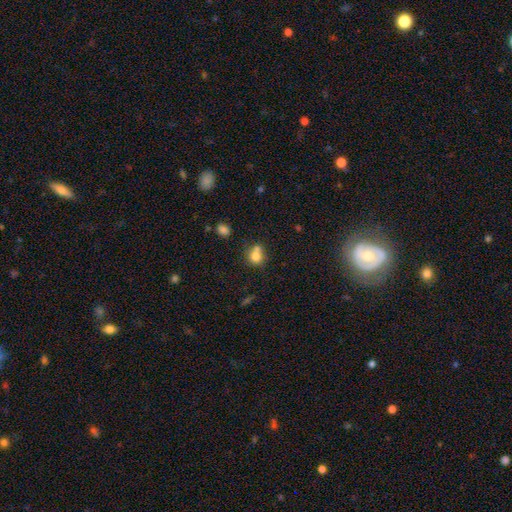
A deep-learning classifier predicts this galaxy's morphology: Q: Smooth or featured?
A: smooth (76%); runner-up: featured or disk (12%)
Q: How rounded?
A: round (75%); runner-up: in between (24%)
Q: Merging?
A: merger (42%); tied with: none (42%)